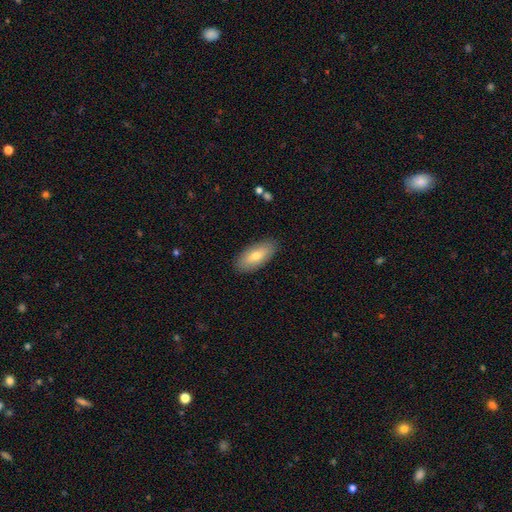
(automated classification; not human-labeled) Smooth or featured?
  - smooth: 75% *
  - featured or disk: 20%
  - star or artifact: 6%
How rounded?
  - in between: 88% *
  - cigar-shaped: 10%
  - round: 2%
Merging?
  - none: 88% *
  - minor disturbance: 9%
  - major disturbance: 2%
  - merger: 1%